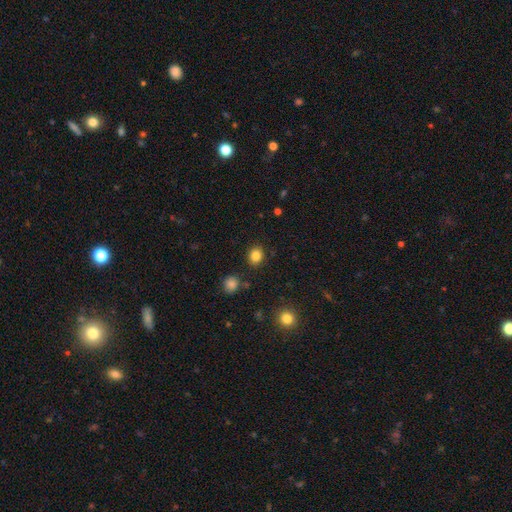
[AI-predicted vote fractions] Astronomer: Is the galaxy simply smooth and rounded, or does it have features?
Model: smooth — 83%.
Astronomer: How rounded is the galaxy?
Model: round — 66%.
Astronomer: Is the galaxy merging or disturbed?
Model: none — 87%.